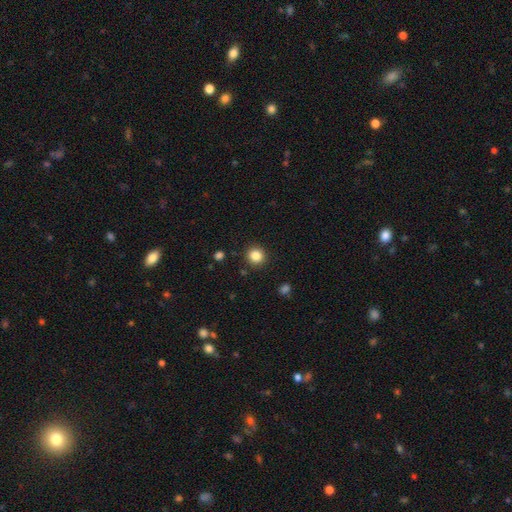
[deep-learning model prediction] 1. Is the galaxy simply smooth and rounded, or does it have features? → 84% smooth, 11% star or artifact, 5% featured or disk.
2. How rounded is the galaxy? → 91% round, 8% in between, 1% cigar-shaped.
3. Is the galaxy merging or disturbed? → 90% none, 6% minor disturbance, 2% major disturbance, 2% merger.